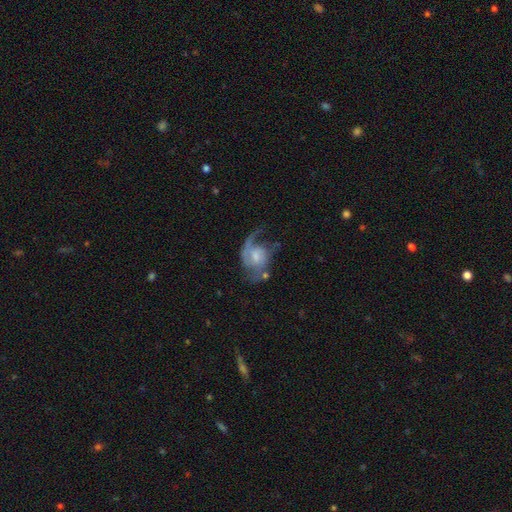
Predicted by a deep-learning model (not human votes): Smooth or featured?
  - featured or disk: 77% *
  - smooth: 17%
  - star or artifact: 7%
Edge-on disk?
  - no: 97% *
  - yes: 3%
Bar?
  - no: 55% *
  - weak: 38%
  - strong: 6%
Spiral arms?
  - yes: 91% *
  - no: 9%
Spiral winding?
  - loose: 49% *
  - medium: 39%
  - tight: 12%
Spiral arm count?
  - 2: 58% *
  - 1: 30%
  - can't tell: 7%
  - 3: 3%
  - 4: 1%
  - more than 4: 1%
Bulge size?
  - small: 38% *
  - moderate: 36%
  - none: 14%
  - large: 9%
  - dominant: 2%
Merging?
  - none: 40% *
  - major disturbance: 34%
  - minor disturbance: 20%
  - merger: 6%